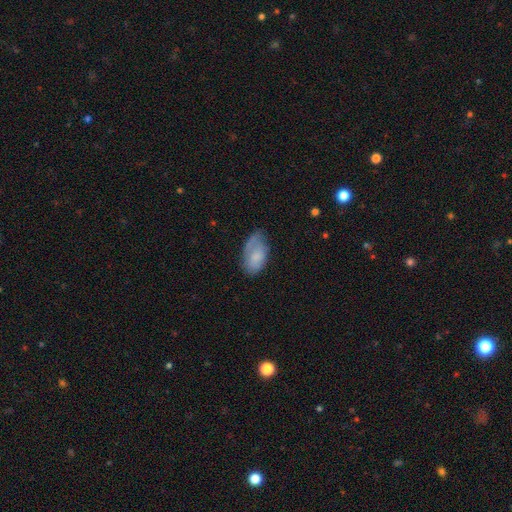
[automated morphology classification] Smooth or featured? Predicted: smooth (p=0.71). How rounded? Predicted: in between (p=0.94). Merging? Predicted: none (p=0.48).